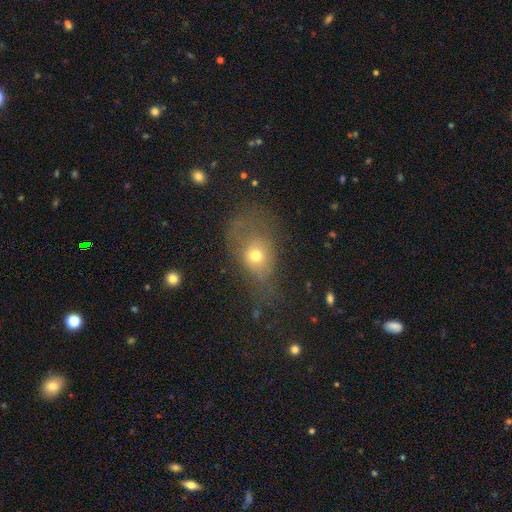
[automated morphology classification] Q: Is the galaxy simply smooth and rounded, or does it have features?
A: smooth — 62%.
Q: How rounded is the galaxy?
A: in between — 62%.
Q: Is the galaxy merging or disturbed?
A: major disturbance — 36%, tied with none.